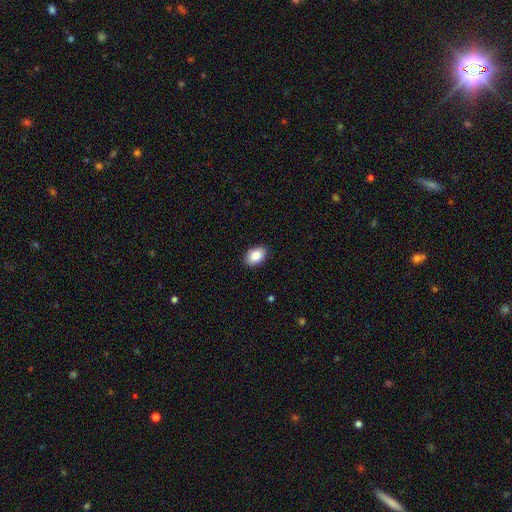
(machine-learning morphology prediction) type=smooth (88%); roundness=in between (89%); merging=none (89%).